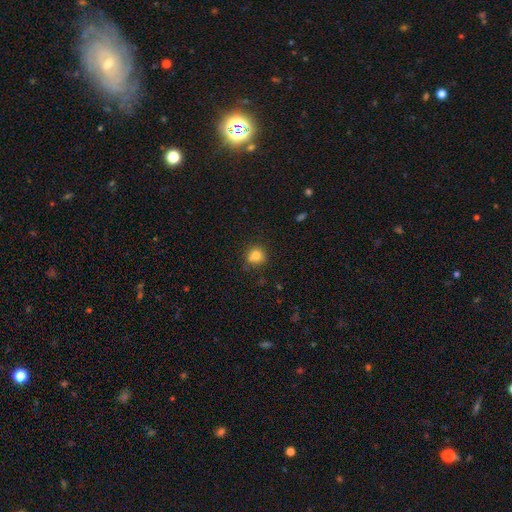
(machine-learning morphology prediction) Q: Smooth or featured?
A: smooth (80%); runner-up: star or artifact (12%)
Q: How rounded?
A: round (86%); runner-up: in between (13%)
Q: Merging?
A: none (74%); runner-up: minor disturbance (16%)